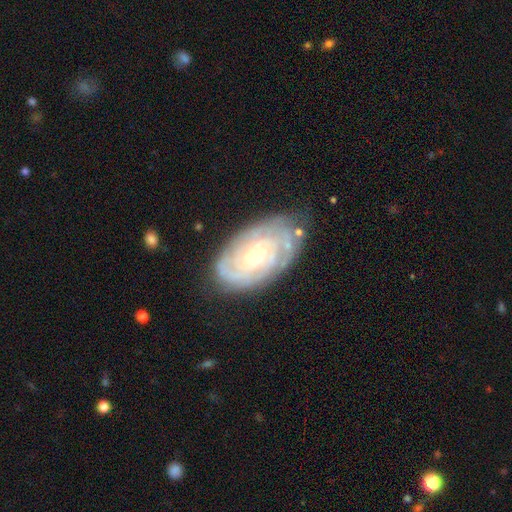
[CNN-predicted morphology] A featured or disk galaxy (82%) with no bar (75%), tight (78%) spiral arms (95%) and a small central bulge (66%).

Vote fractions:
- Smooth or featured? featured or disk: 82% / smooth: 12% / star or artifact: 6%
- Edge-on disk? no: 96% / yes: 4%
- Bar? no: 75% / weak: 20% / strong: 4%
- Spiral arms? yes: 95% / no: 5%
- Spiral winding? tight: 78% / medium: 18% / loose: 4%
- Spiral arm count? can't tell: 38% / 2: 19% / 3: 18% / 4: 14% / more than 4: 6% / 1: 5%
- Bulge size? small: 66% / moderate: 29% / large: 2% / none: 2% / dominant: 1%
- Merging? none: 75% / minor disturbance: 18% / major disturbance: 5% / merger: 2%